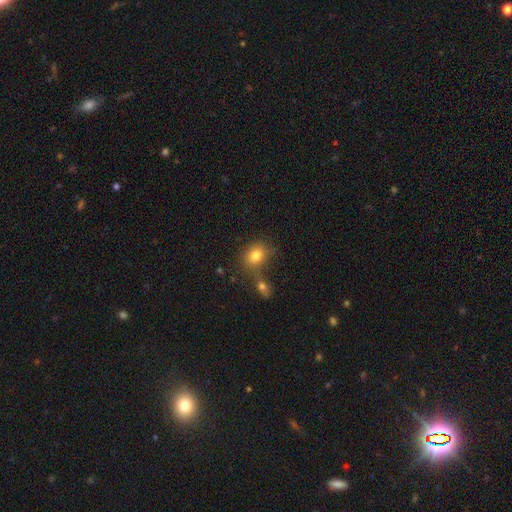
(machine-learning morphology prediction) A smooth galaxy with no disk features (80%) that is round (54%).

Vote fractions:
- Smooth or featured? smooth: 80% / star or artifact: 11% / featured or disk: 9%
- How rounded? round: 54% / in between: 45% / cigar-shaped: 1%
- Merging? none: 57% / merger: 25% / minor disturbance: 13% / major disturbance: 5%